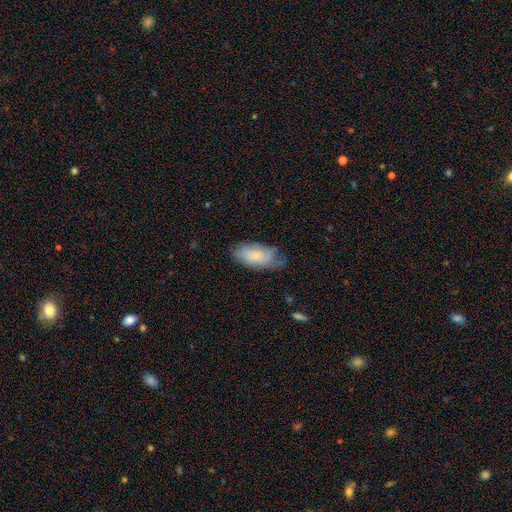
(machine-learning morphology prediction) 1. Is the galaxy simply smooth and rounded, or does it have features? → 73% smooth, 20% featured or disk, 6% star or artifact.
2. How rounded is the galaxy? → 91% in between, 6% cigar-shaped, 2% round.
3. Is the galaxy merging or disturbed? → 61% none, 30% minor disturbance, 8% major disturbance, 1% merger.